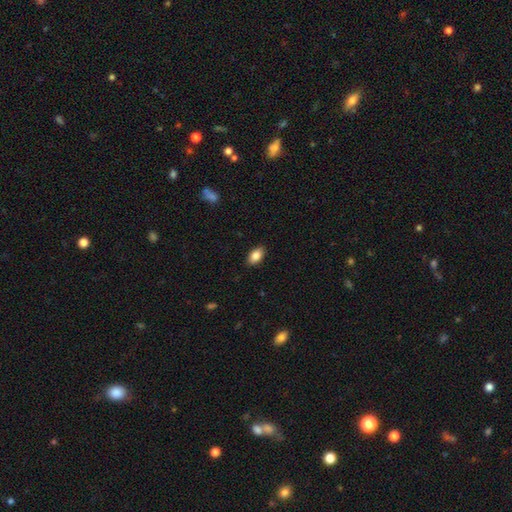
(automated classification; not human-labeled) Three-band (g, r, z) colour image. It shows a smooth galaxy with no disk features (85%) that is in between round and cigar-shaped (92%). Merging: none (89%).